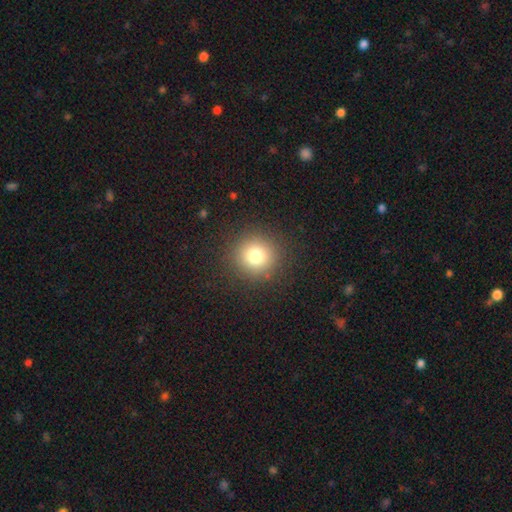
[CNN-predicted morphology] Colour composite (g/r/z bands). It shows a smooth galaxy with no disk features (78%) that is round (93%). Merging: none (89%).